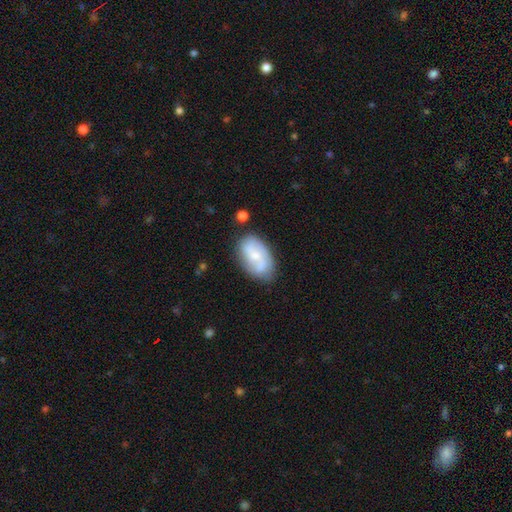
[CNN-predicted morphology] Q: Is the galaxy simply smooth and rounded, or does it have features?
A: featured or disk — 55%.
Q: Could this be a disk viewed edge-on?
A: no — 95%.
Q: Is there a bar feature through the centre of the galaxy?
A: no — 66%.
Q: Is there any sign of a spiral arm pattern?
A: yes — 73%.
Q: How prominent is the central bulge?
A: small — 57%.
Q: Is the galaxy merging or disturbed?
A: none — 65%.